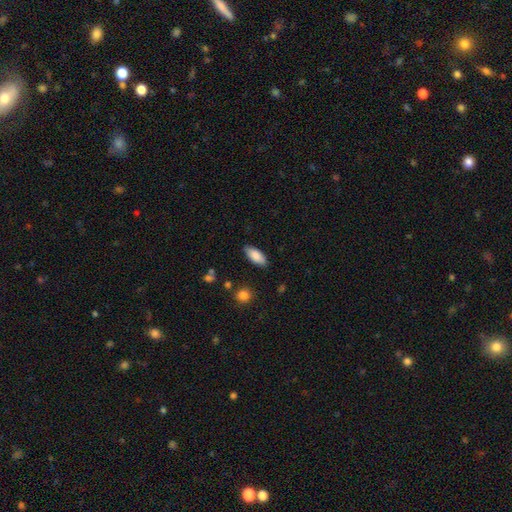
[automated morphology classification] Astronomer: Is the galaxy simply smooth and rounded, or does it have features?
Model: smooth — 86%.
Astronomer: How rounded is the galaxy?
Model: in between — 83%.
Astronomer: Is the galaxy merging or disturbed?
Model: none — 85%.